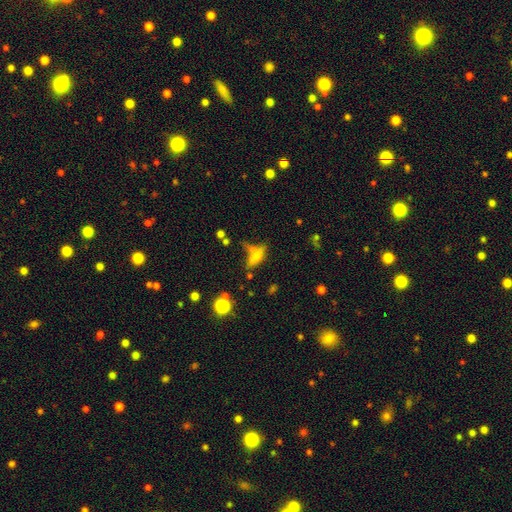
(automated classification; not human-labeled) This is likely a smooth galaxy (63%). How rounded: possibly in between (59%). Merging: marginally none (44%).